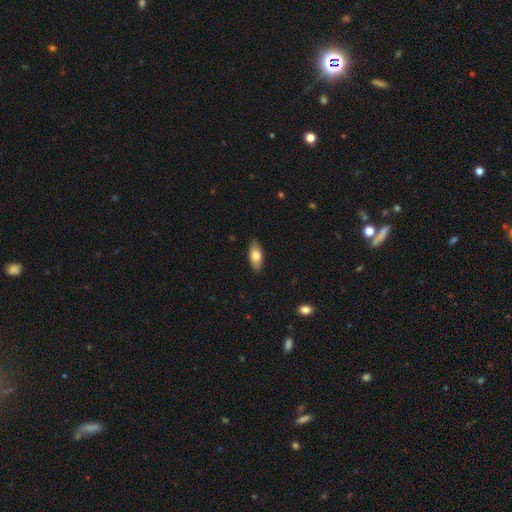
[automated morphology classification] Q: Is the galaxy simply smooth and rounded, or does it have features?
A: smooth — 76%.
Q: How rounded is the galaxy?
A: in between — 85%.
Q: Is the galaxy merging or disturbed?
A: none — 88%.